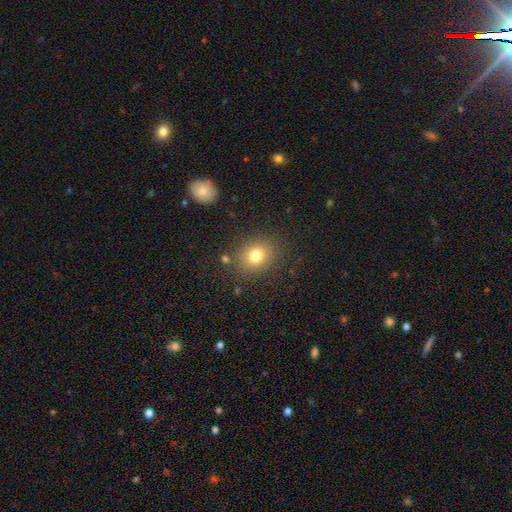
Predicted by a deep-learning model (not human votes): Q: Smooth or featured?
A: smooth (78%); runner-up: star or artifact (13%)
Q: How rounded?
A: round (67%); runner-up: in between (33%)
Q: Merging?
A: none (83%); runner-up: minor disturbance (10%)